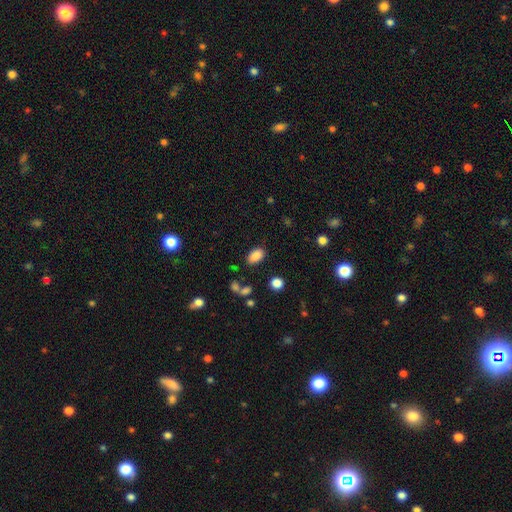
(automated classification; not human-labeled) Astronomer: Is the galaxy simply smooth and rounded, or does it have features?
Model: smooth — 86%.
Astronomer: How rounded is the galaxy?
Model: in between — 91%.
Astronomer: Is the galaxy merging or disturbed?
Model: none — 82%.